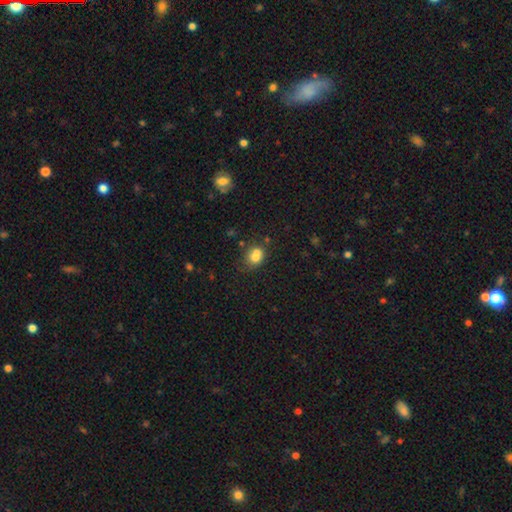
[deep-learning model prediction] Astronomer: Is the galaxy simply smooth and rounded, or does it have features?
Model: smooth — 73%.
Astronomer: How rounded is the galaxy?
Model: round — 60% (runner-up: in between, 39%).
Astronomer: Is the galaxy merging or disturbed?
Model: merger — 42% (runner-up: none, 39%).